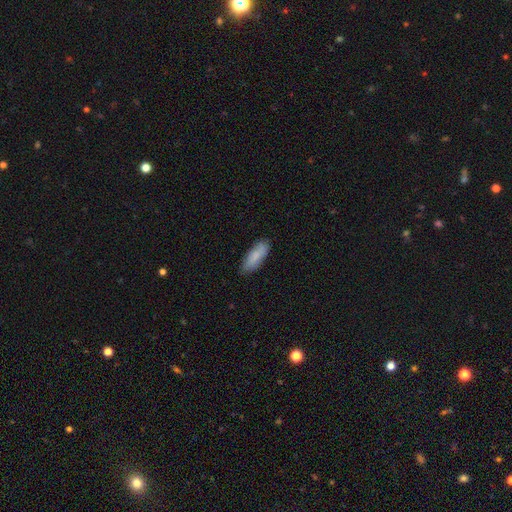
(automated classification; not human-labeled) Smooth or featured: smooth — 85% (featured or disk — 9%)
How rounded: in between — 61% (cigar-shaped — 37%)
Merging: none — 82% (minor disturbance — 15%)